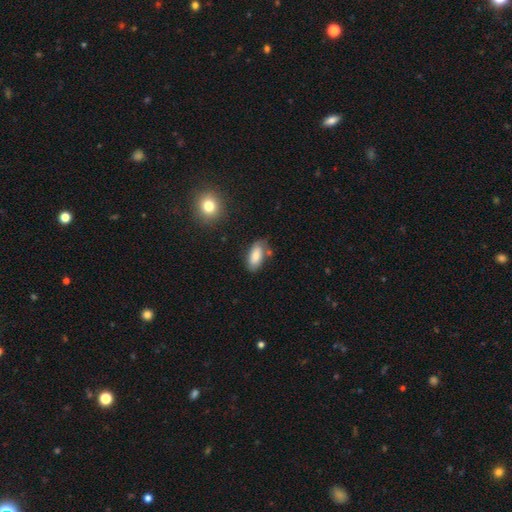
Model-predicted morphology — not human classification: smooth_or_featured: smooth (p=0.79) [alt: featured or disk p=0.13]
how_rounded: in between (p=0.90) [alt: cigar-shaped p=0.07]
merging: none (p=0.69) [alt: minor disturbance p=0.20]